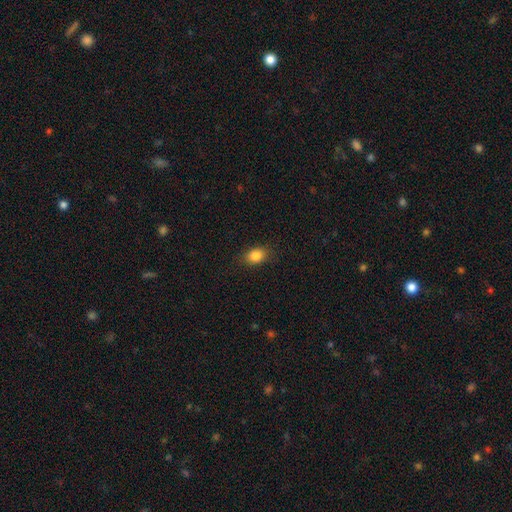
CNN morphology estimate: smooth_or_featured: smooth (p=0.85) [alt: star or artifact p=0.10]
how_rounded: in between (p=0.65) [alt: round p=0.34]
merging: none (p=0.86) [alt: minor disturbance p=0.11]